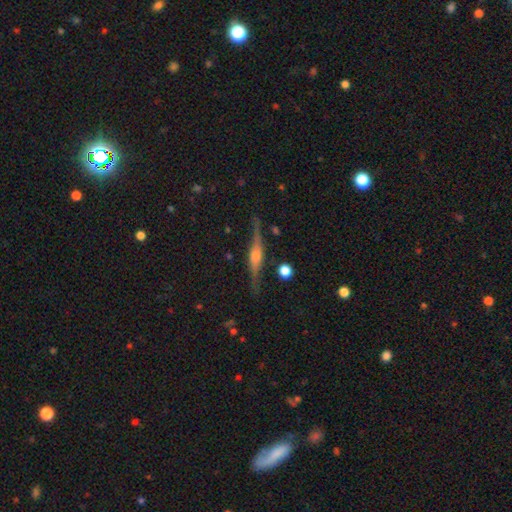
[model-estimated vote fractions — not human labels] Smooth or featured? featured or disk (81%)
Edge-on disk? yes (97%)
Edge-on bulge? rounded (86%)
Merging? none (86%)